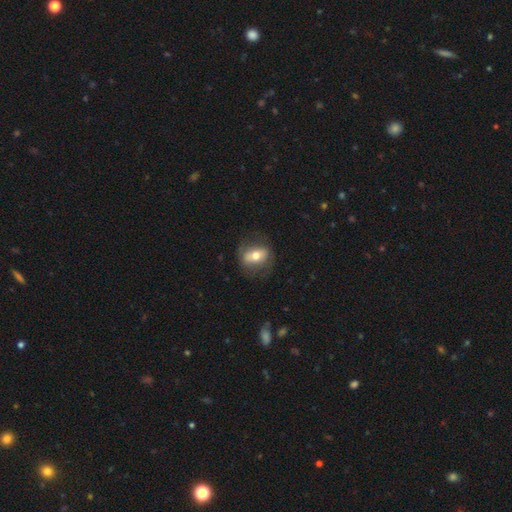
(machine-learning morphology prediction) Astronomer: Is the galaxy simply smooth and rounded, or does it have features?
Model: smooth — 54% (runner-up: featured or disk, 38%).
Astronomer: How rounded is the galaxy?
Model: in between — 61% (runner-up: round, 36%).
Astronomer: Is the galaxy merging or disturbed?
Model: none — 72%.